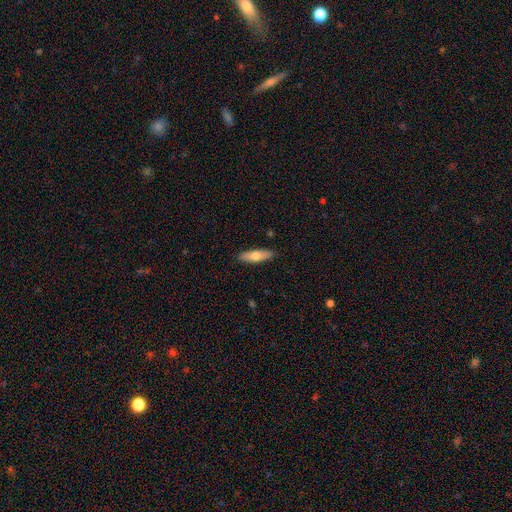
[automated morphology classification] This is likely a smooth galaxy (64%). How rounded: possibly cigar-shaped (59%). Merging: clearly none (90%).